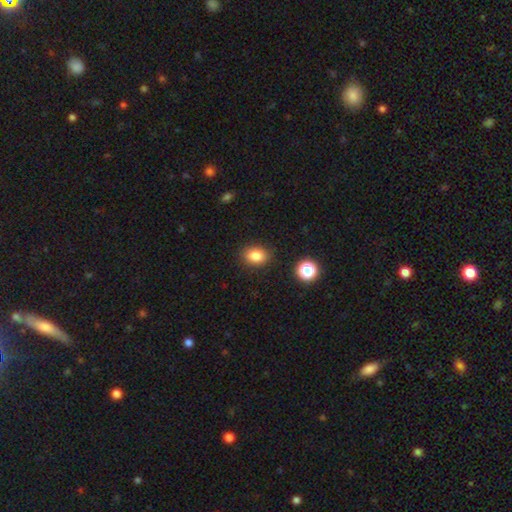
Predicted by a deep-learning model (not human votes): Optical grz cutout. It shows a smooth galaxy with no disk features (84%) that is in between round and cigar-shaped (65%). Merging: none (86%).